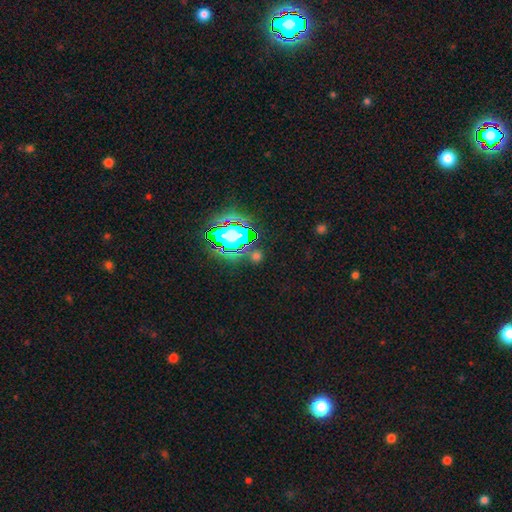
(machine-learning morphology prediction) The model was most divided on "smooth or featured": star or artifact: 51%, smooth: 39%, featured or disk: 10%.